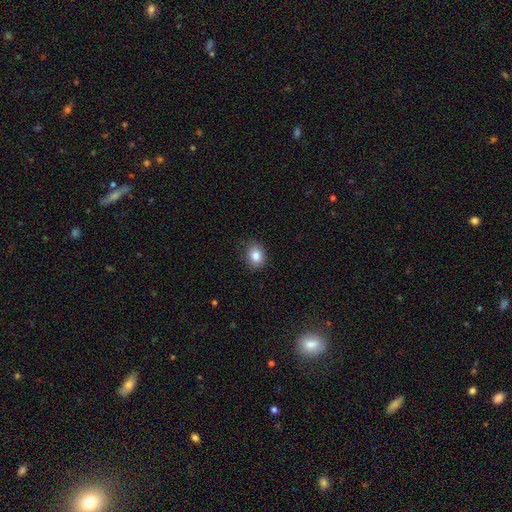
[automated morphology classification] smooth 84%, star or artifact 10%, featured or disk 6%. Down the decision tree: how rounded — in between (50%); merging — none (82%).